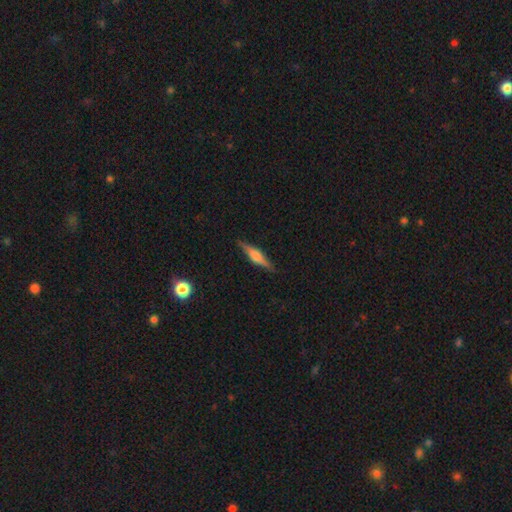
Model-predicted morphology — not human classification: Smooth or featured?
  - featured or disk: 65% *
  - smooth: 28%
  - star or artifact: 7%
Edge-on disk?
  - yes: 97% *
  - no: 3%
Edge-on bulge?
  - rounded: 75% *
  - boxy: 20%
  - none: 5%
Merging?
  - none: 88% *
  - minor disturbance: 9%
  - major disturbance: 2%
  - merger: 1%